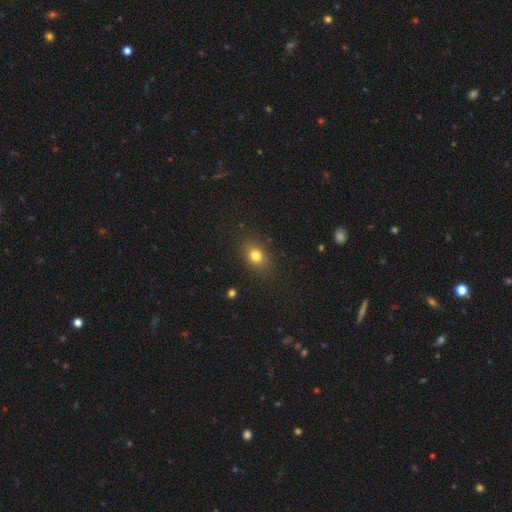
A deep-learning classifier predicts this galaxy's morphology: Smooth or featured? Predicted: smooth (p=0.78). How rounded? Predicted: in between (p=0.55). Merging? Predicted: none (p=0.84).